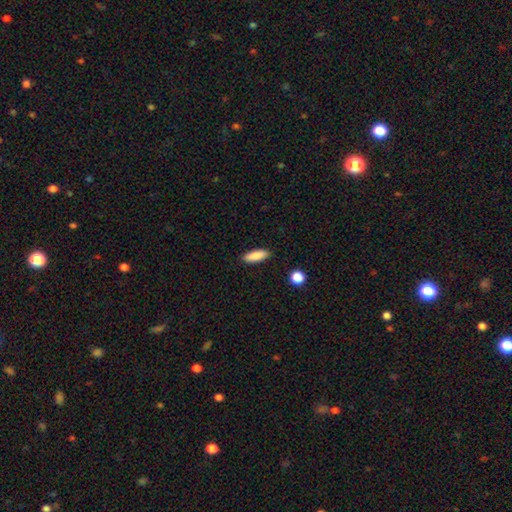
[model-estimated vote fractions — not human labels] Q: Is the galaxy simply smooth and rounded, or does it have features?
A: smooth — 87%.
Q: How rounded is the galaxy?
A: in between — 51%.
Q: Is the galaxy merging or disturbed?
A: none — 89%.